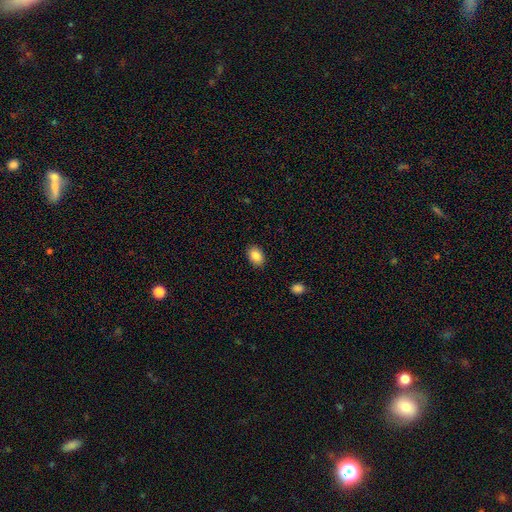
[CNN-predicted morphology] smooth_or_featured: smooth (p=0.86) [alt: star or artifact p=0.08]
how_rounded: in between (p=0.81) [alt: round p=0.18]
merging: none (p=0.89) [alt: minor disturbance p=0.08]